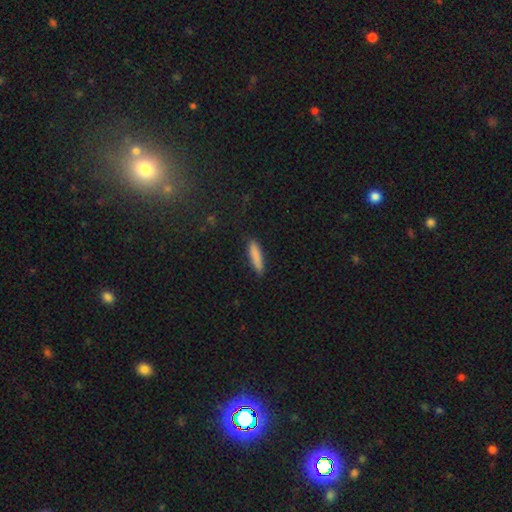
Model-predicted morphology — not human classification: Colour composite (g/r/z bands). It shows a smooth galaxy with no disk features (86%) that is cigar-shaped (80%). Merging: none (87%).